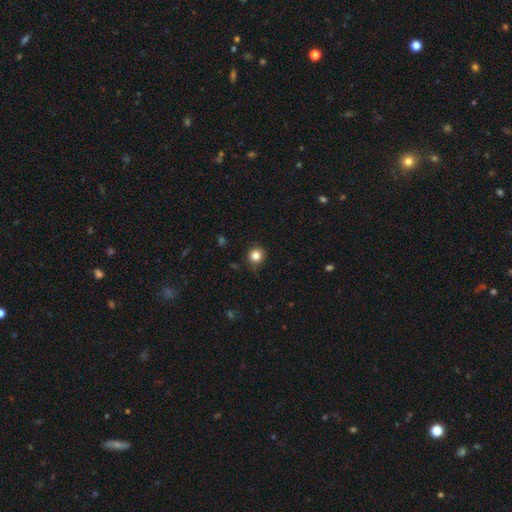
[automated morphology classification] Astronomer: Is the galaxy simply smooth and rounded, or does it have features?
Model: smooth — 83%.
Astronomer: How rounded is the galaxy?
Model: round — 93%.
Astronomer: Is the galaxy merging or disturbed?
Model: none — 83%.